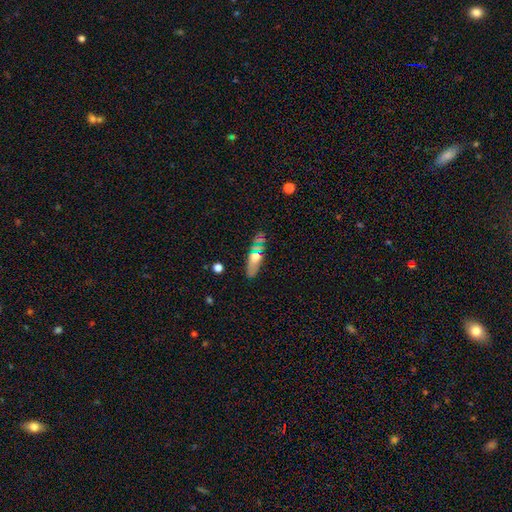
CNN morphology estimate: Smooth or featured: smooth — 62% (star or artifact — 19%)
How rounded: in between — 63% (cigar-shaped — 28%)
Merging: none — 70% (minor disturbance — 18%)